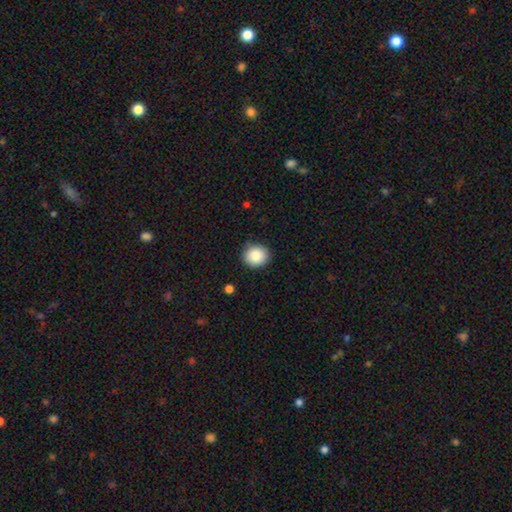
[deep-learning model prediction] smooth 87%, star or artifact 8%, featured or disk 5%. Down the decision tree: how rounded — round (82%); merging — none (89%).